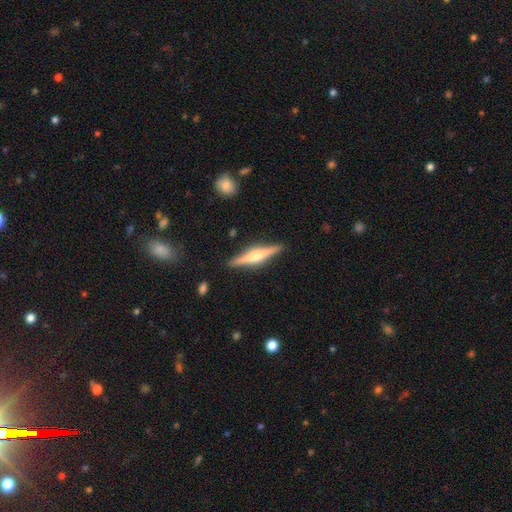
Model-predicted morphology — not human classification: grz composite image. It shows a featured or disk galaxy (66%) viewed edge-on (97%) with a rounded central bulge (74%). Merging: none (89%).